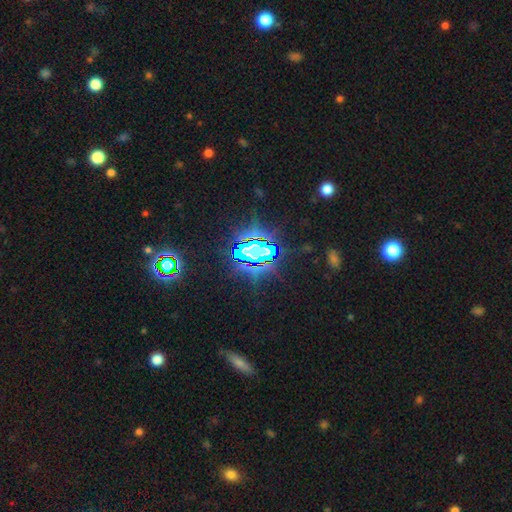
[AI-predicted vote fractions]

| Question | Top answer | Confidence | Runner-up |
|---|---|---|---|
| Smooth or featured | star or artifact | 81% | smooth (11%) |